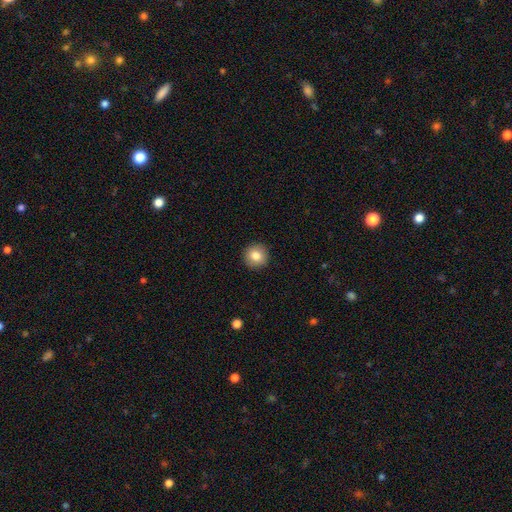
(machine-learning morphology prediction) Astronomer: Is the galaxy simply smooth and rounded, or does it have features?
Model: smooth — 84%.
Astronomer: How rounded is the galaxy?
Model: round — 94%.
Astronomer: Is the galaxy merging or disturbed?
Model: none — 92%.